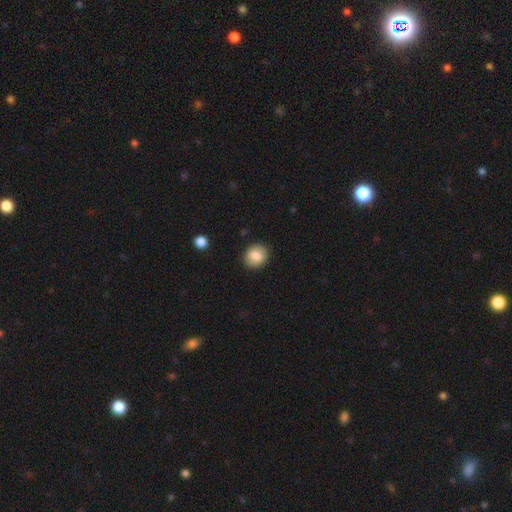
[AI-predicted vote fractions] This is clearly a smooth galaxy (84%). How rounded: likely round (70%). Merging: clearly none (88%).